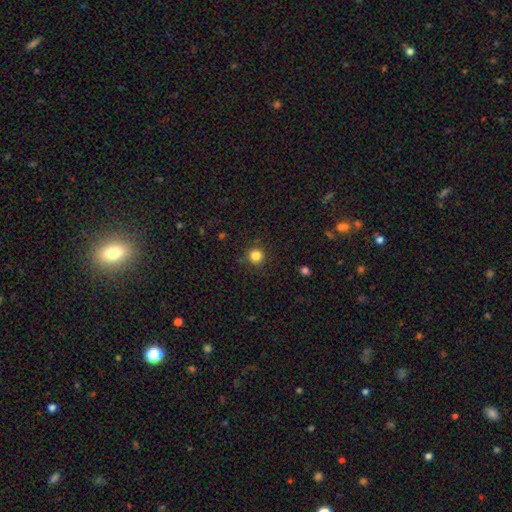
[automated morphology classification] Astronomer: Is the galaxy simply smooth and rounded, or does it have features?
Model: smooth — 83%.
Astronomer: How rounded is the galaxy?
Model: round — 94%.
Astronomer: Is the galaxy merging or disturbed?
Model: none — 89%.